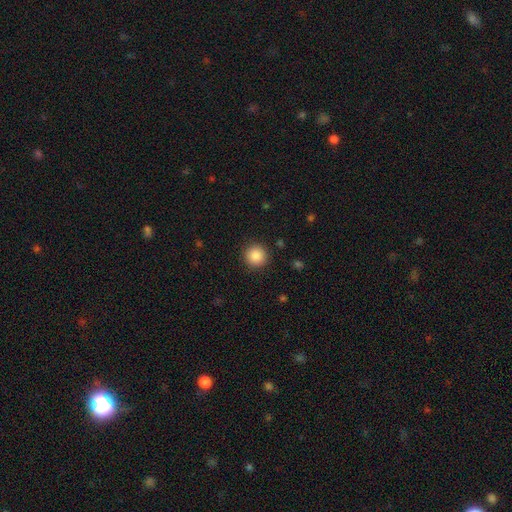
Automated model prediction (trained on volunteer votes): Smooth or featured: smooth — 87% (star or artifact — 9%)
How rounded: round — 95% (in between — 4%)
Merging: none — 91% (minor disturbance — 6%)